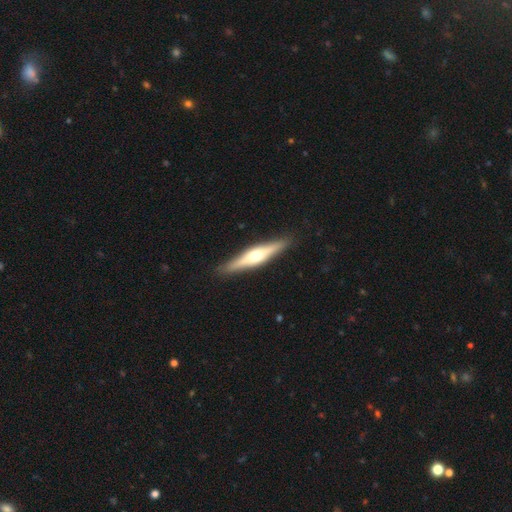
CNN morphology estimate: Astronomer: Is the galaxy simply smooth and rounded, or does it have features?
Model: featured or disk — 67%.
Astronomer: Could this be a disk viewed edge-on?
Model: yes — 96%.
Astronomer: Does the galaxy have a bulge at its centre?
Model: rounded — 92%.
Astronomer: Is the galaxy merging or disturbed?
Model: none — 90%.